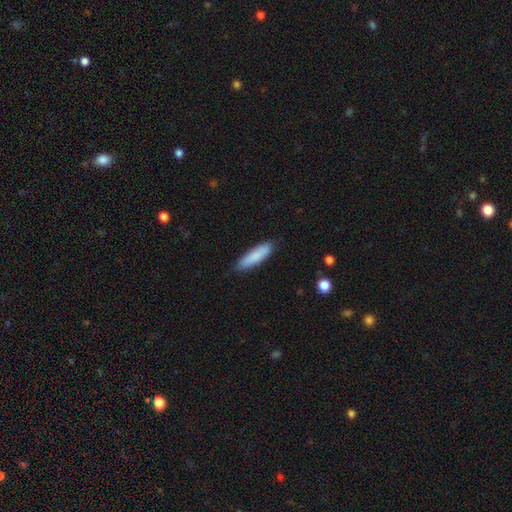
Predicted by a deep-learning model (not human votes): This is clearly a smooth galaxy (85%). How rounded: likely cigar-shaped (66%). Merging: clearly none (85%).